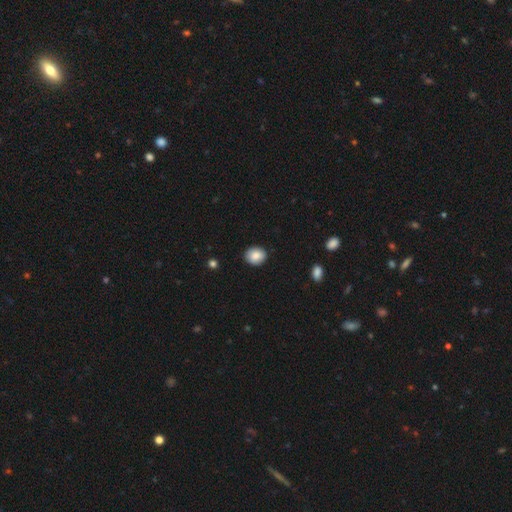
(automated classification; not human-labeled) smooth_or_featured: smooth (p=0.85) [alt: star or artifact p=0.08]
how_rounded: round (p=0.62) [alt: in between p=0.37]
merging: none (p=0.88) [alt: minor disturbance p=0.09]